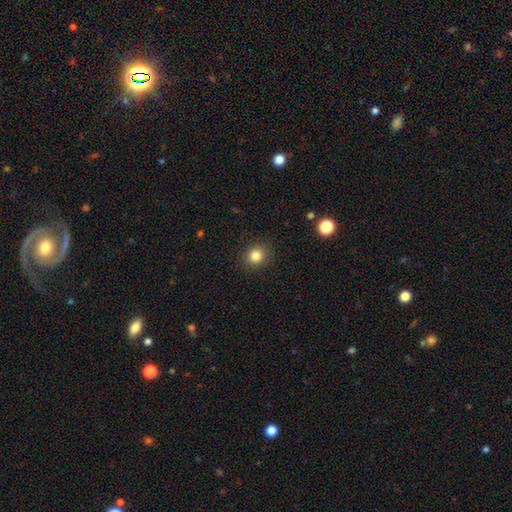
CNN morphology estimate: Smooth or featured: smooth — 83% (star or artifact — 12%)
How rounded: round — 81% (in between — 19%)
Merging: none — 88% (minor disturbance — 8%)